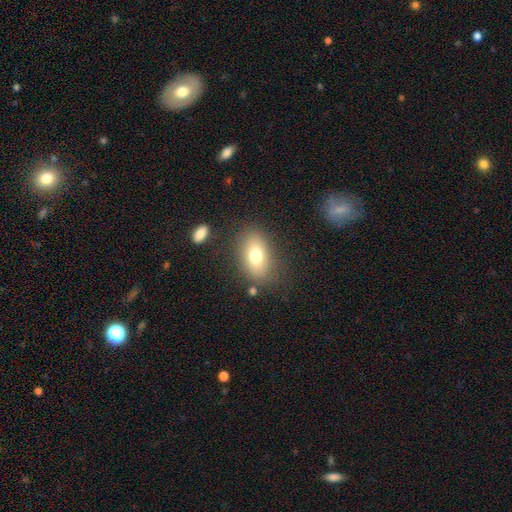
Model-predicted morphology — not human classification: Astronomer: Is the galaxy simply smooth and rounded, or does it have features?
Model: smooth — 74%.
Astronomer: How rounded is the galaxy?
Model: in between — 83%.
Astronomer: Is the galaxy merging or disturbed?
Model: none — 79%.